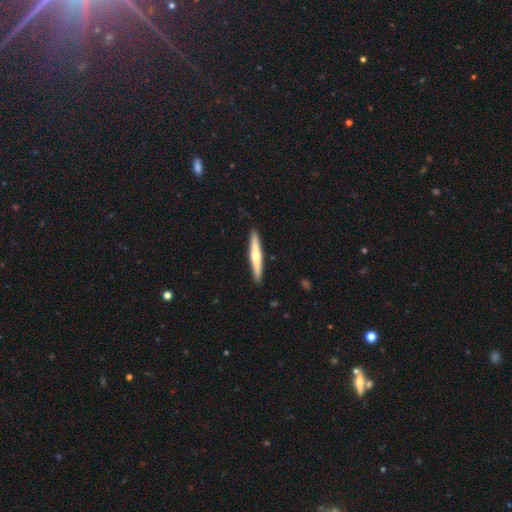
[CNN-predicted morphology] This appears to be a smooth galaxy with no disk features (52%) that is cigar-shaped (94%). Merging: none (91%).